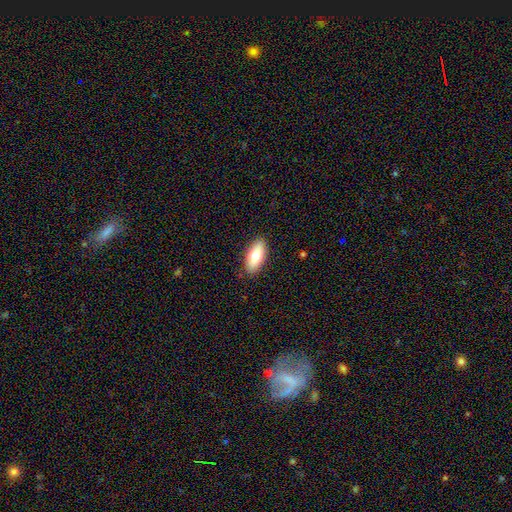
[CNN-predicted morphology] type=smooth (76%); roundness=in between (84%); merging=none (88%).